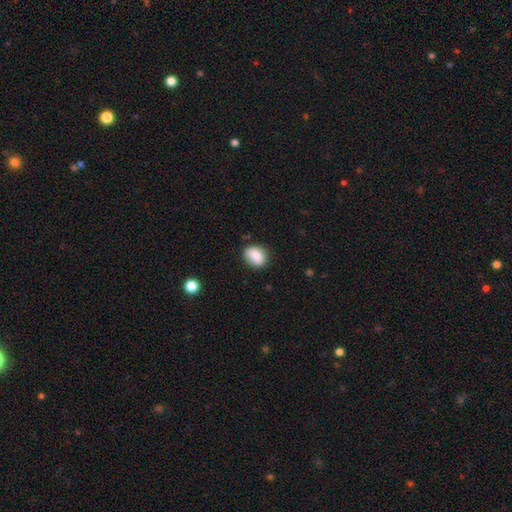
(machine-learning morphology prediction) Smooth or featured?
  - smooth: 84% *
  - star or artifact: 8%
  - featured or disk: 8%
How rounded?
  - in between: 56% *
  - round: 42%
  - cigar-shaped: 2%
Merging?
  - none: 80% *
  - minor disturbance: 15%
  - major disturbance: 3%
  - merger: 2%